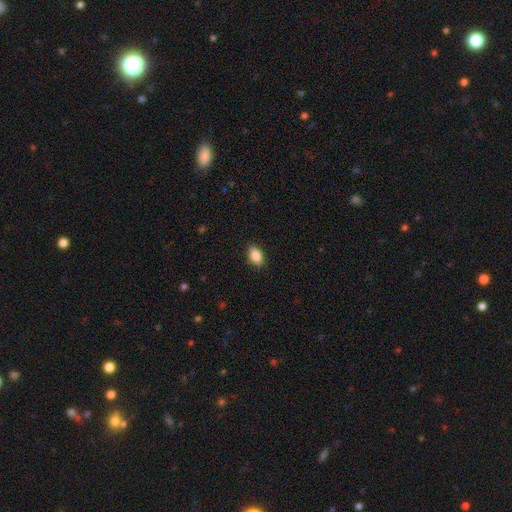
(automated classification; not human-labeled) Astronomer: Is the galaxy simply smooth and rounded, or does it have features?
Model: smooth — 86%.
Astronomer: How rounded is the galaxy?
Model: in between — 90%.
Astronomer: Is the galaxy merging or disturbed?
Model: none — 88%.